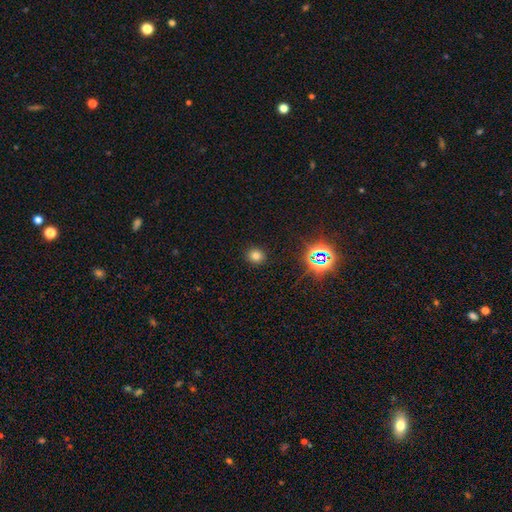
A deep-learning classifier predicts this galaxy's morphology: A smooth galaxy with no disk features (74%) that is round (79%). Merging: none (90%).